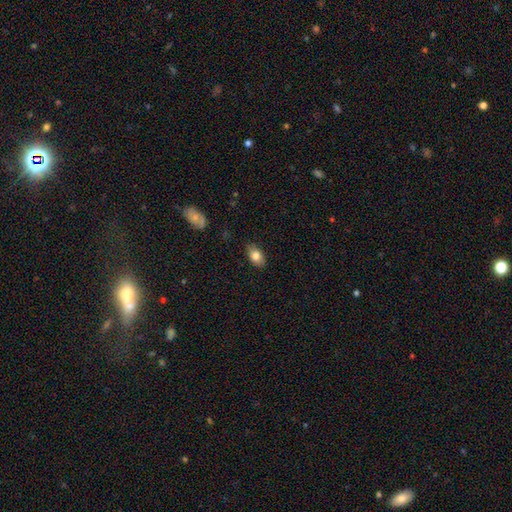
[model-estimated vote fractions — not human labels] A smooth galaxy with no disk features (80%) that is in between round and cigar-shaped (90%).

Vote fractions:
- Smooth or featured? smooth: 80% / featured or disk: 13% / star or artifact: 7%
- How rounded? in between: 90% / round: 8% / cigar-shaped: 2%
- Merging? none: 85% / minor disturbance: 12% / major disturbance: 2% / merger: 1%